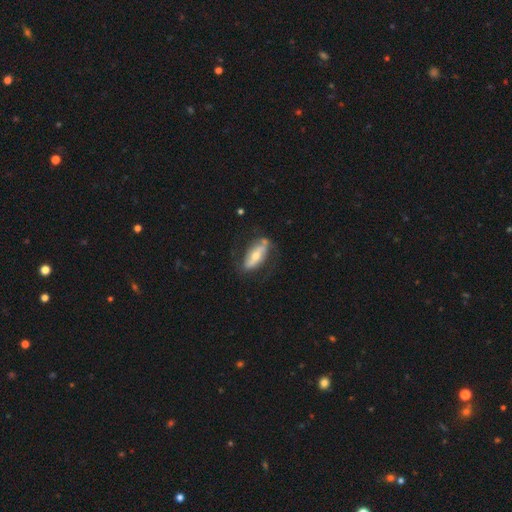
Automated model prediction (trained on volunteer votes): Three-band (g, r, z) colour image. It shows a featured or disk galaxy (54%). Merging: none (64%).